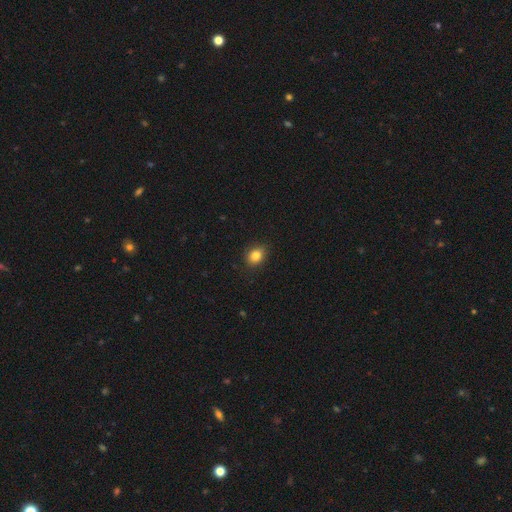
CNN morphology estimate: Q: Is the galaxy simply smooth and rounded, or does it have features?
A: smooth — 84%.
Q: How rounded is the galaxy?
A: in between — 51%.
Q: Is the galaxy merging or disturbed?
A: none — 87%.